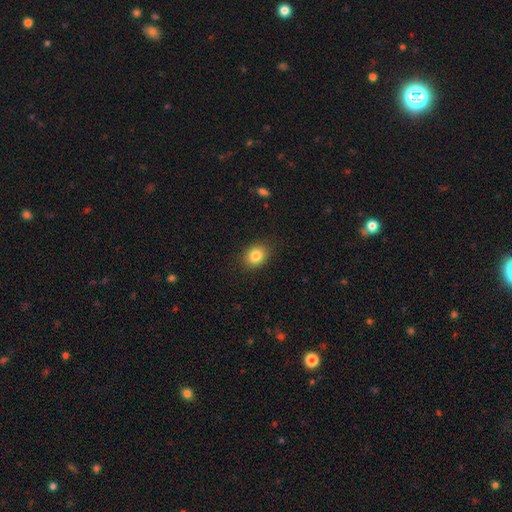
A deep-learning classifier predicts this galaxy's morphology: Overall: smooth (84%). How rounded: round (52%; in between 47%). Merging: none (86%).